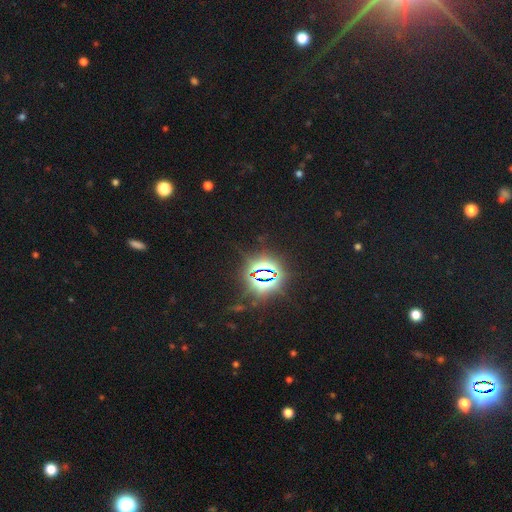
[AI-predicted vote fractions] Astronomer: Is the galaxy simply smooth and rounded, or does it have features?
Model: star or artifact — 82%.